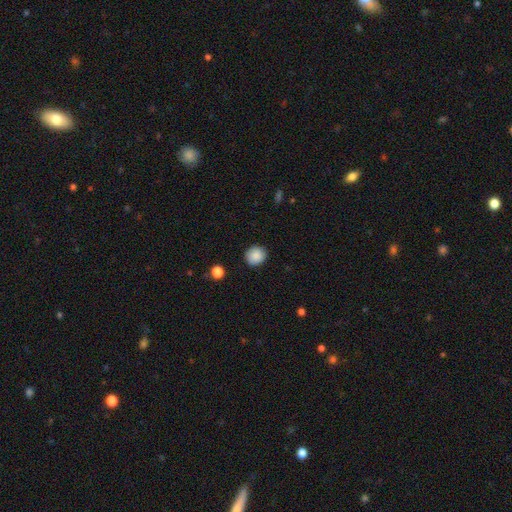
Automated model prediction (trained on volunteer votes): smooth_or_featured: smooth (p=0.87) [alt: star or artifact p=0.08]
how_rounded: round (p=0.86) [alt: in between p=0.13]
merging: none (p=0.88) [alt: minor disturbance p=0.08]